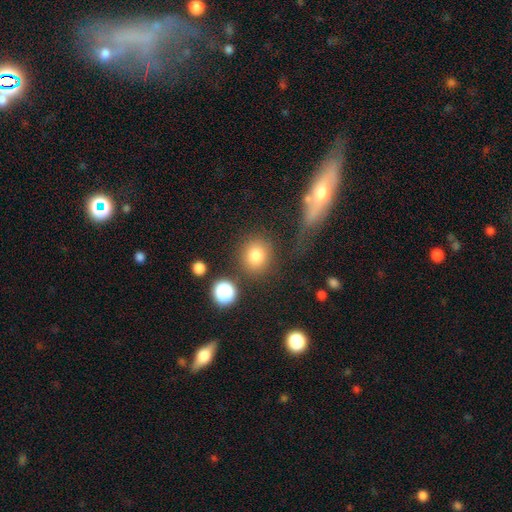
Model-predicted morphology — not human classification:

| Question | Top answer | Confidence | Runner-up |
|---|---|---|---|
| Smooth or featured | smooth | 80% | star or artifact (12%) |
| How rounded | round | 78% | in between (21%) |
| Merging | none | 74% | minor disturbance (12%) |